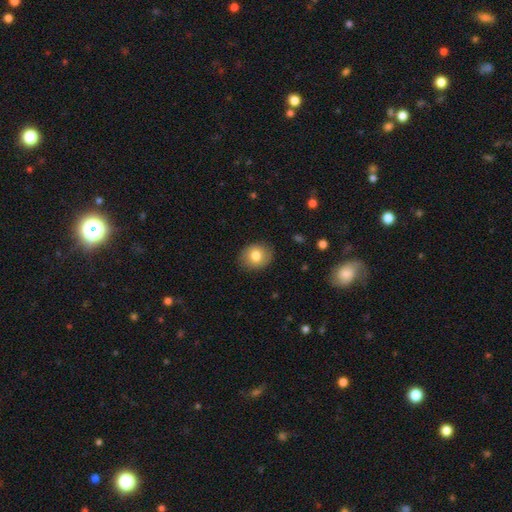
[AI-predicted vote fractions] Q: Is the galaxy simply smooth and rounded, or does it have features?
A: smooth — 79%.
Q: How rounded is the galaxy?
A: round — 59%.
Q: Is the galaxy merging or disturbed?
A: none — 85%.